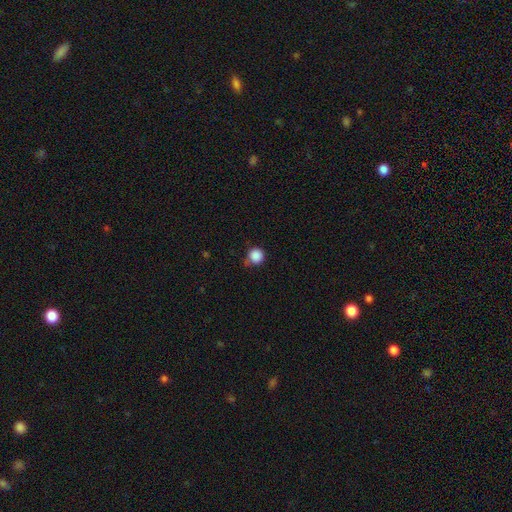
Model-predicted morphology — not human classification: This is clearly a smooth galaxy (87%). How rounded: clearly round (94%). Merging: likely none (69%).